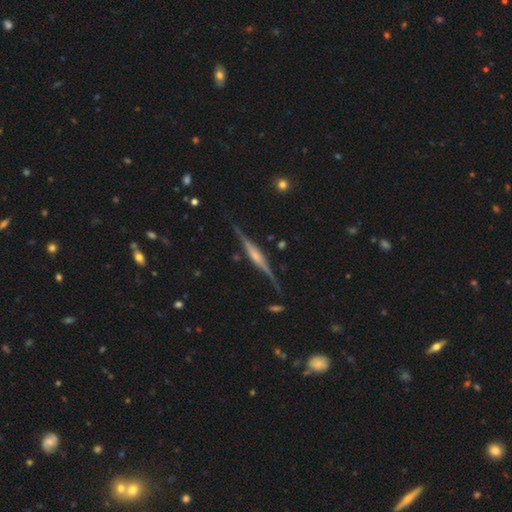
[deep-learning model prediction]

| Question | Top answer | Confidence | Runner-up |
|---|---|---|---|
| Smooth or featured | featured or disk | 84% | smooth (11%) |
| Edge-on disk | yes | 98% | no (2%) |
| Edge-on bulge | rounded | 62% | boxy (27%) |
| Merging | none | 85% | minor disturbance (11%) |